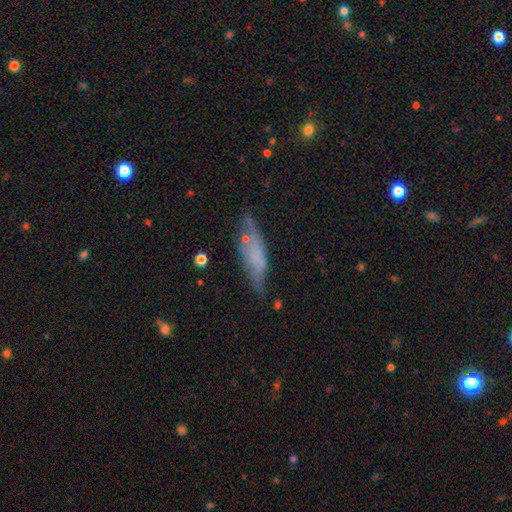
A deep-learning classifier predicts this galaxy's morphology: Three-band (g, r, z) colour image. It shows a smooth galaxy with no disk features (55%) that is cigar-shaped (59%). Merging: none (60%).